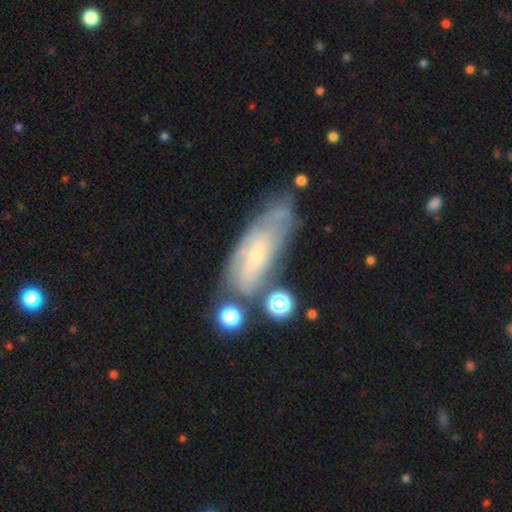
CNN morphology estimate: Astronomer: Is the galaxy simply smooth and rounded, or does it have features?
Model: featured or disk — 60%.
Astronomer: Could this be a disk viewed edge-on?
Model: no — 83%.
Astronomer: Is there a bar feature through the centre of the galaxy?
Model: no — 69%.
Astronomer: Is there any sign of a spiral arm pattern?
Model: yes — 69%.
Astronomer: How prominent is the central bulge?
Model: small — 76%.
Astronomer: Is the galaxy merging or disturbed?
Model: none — 54%.